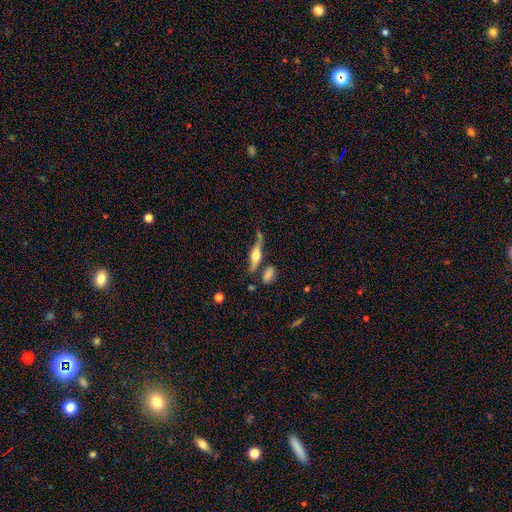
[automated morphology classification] A featured or disk galaxy (65%) viewed edge-on (93%) with a rounded central bulge (91%).

Vote fractions:
- Smooth or featured? featured or disk: 65% / smooth: 28% / star or artifact: 7%
- Edge-on disk? yes: 93% / no: 7%
- Edge-on bulge? rounded: 91% / boxy: 6% / none: 2%
- Merging? none: 65% / minor disturbance: 17% / merger: 12% / major disturbance: 6%